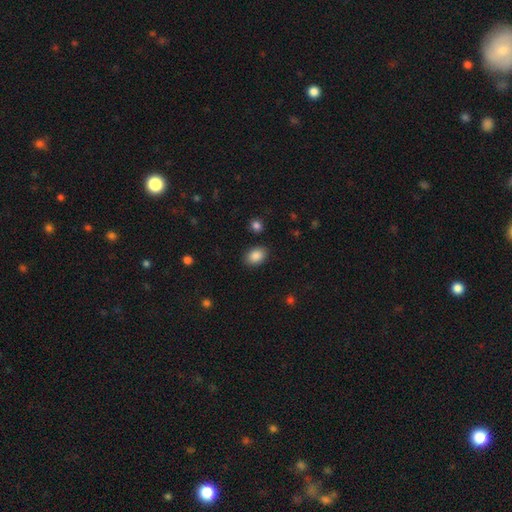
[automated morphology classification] smooth-or-featured: smooth: 88% | star or artifact: 8% | featured or disk: 4%
  how-rounded: in between: 75% | round: 24% | cigar-shaped: 1%
  merging: none: 86% | minor disturbance: 9% | major disturbance: 3% | merger: 2%